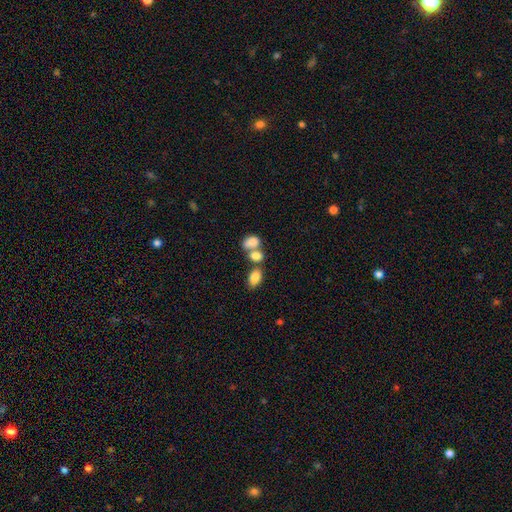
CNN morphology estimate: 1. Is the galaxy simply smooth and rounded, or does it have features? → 80% smooth, 11% featured or disk, 8% star or artifact.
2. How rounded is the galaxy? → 82% in between, 17% round, 2% cigar-shaped.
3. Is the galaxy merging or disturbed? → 57% merger, 28% none, 10% minor disturbance, 5% major disturbance.